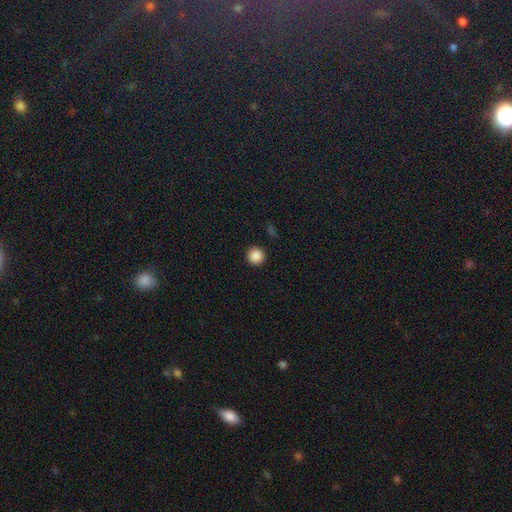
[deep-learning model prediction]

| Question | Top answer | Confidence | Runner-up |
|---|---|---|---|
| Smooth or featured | smooth | 88% | star or artifact (10%) |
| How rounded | round | 96% | in between (3%) |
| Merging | none | 93% | minor disturbance (4%) |